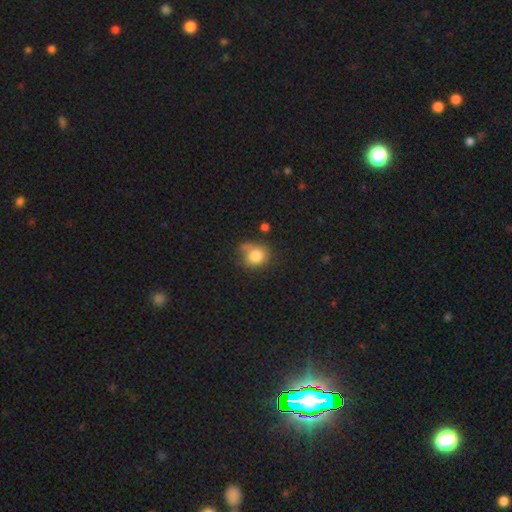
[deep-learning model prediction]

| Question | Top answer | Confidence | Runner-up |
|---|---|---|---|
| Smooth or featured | smooth | 80% | star or artifact (10%) |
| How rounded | round | 71% | in between (28%) |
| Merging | none | 53% | minor disturbance (26%) |